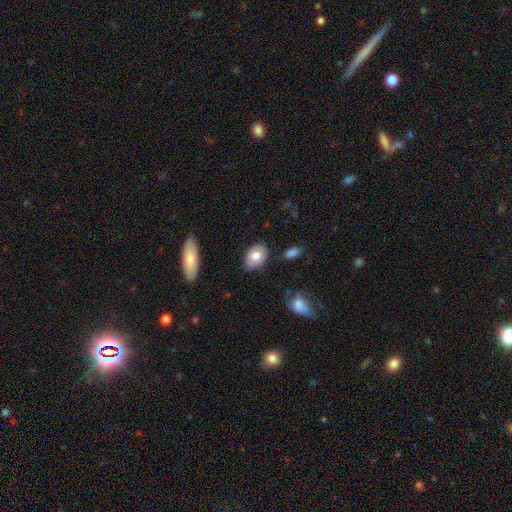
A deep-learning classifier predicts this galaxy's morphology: The model was most divided on "smooth or featured": smooth: 74%, featured or disk: 19%, star or artifact: 7%. More confident: how rounded — in between (83%); merging — none (82%).